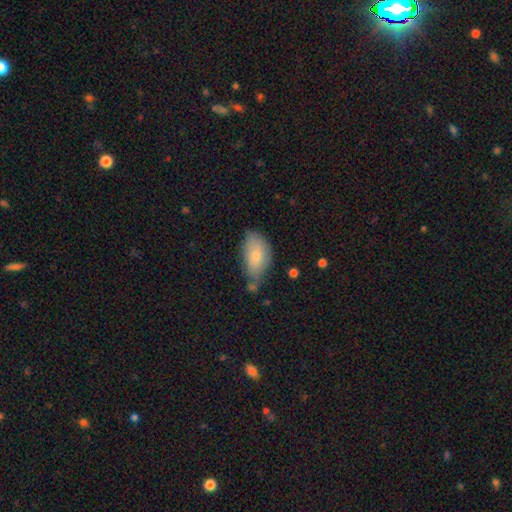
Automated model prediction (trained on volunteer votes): Smooth or featured? Predicted: smooth (p=0.76). How rounded? Predicted: in between (p=0.92). Merging? Predicted: none (p=0.49).